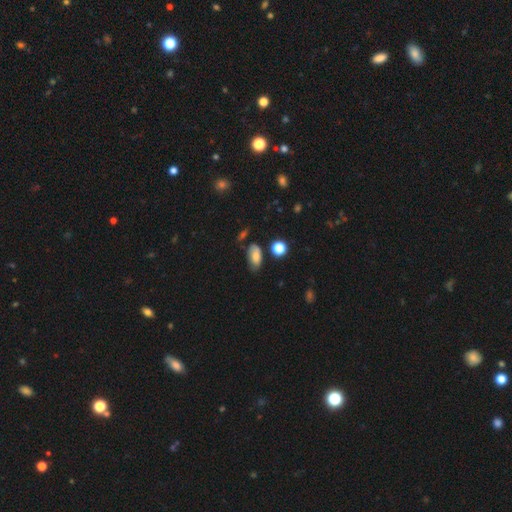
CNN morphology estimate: The model was most divided on "merging": none: 59%, minor disturbance: 28%, major disturbance: 8%, merger: 6%. More confident: how rounded — in between (89%); smooth or featured — smooth (73%).